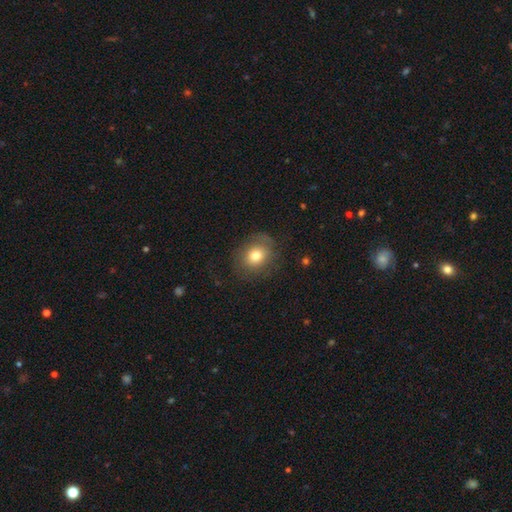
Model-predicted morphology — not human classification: This appears to be a smooth galaxy with no disk features (74%) that is round (65%). Merging: none (74%).